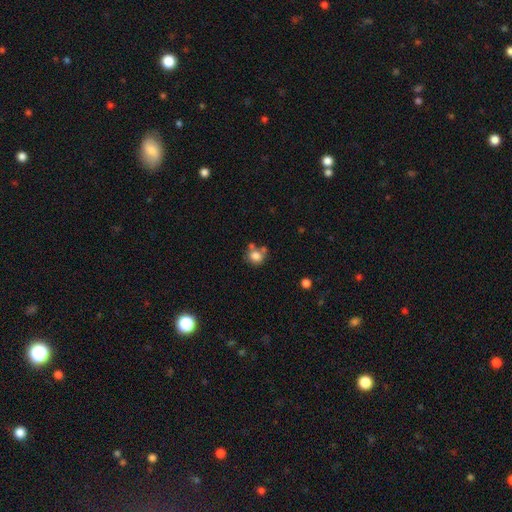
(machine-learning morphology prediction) Q: Smooth or featured?
A: smooth (79%); runner-up: star or artifact (11%)
Q: How rounded?
A: round (77%); runner-up: in between (22%)
Q: Merging?
A: none (55%); runner-up: merger (24%)